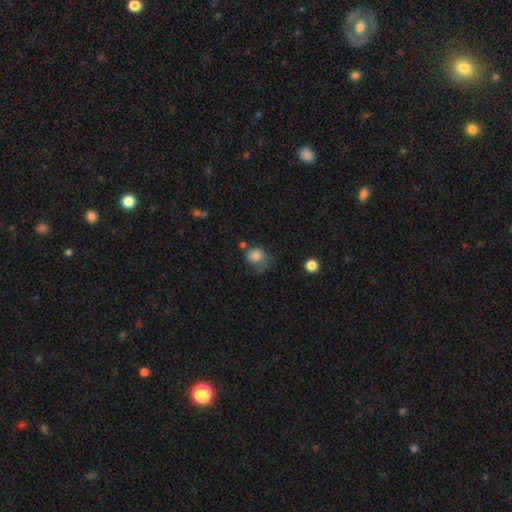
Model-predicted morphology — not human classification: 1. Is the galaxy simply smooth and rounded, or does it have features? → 81% smooth, 10% star or artifact, 9% featured or disk.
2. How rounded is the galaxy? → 74% round, 25% in between, 1% cigar-shaped.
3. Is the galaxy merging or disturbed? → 41% none, 30% minor disturbance, 22% major disturbance, 8% merger.